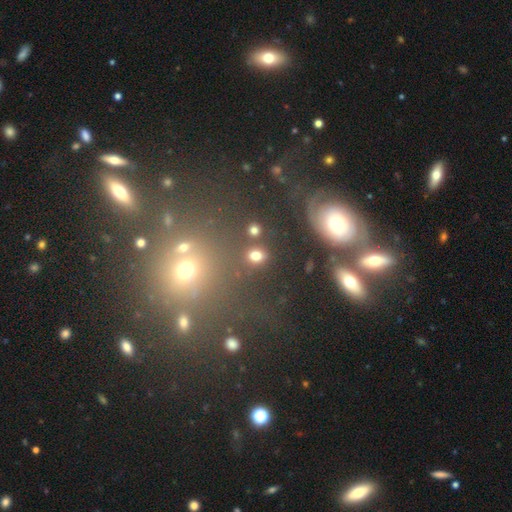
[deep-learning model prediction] smooth-or-featured: smooth: 78% | star or artifact: 15% | featured or disk: 7%
  how-rounded: round: 52% | in between: 46% | cigar-shaped: 2%
  merging: none: 81% | minor disturbance: 9% | merger: 6% | major disturbance: 4%